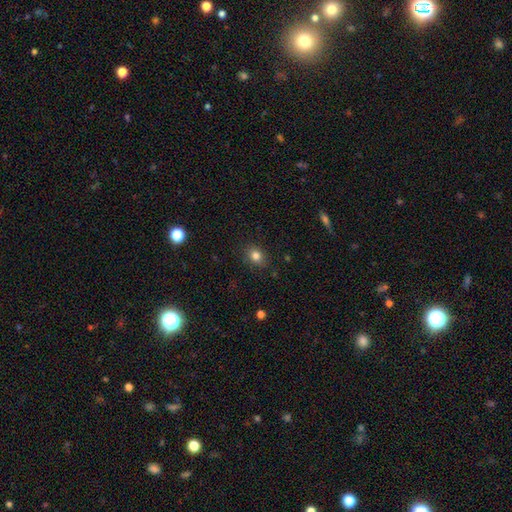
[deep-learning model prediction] This is clearly a smooth galaxy (82%). How rounded: possibly in between (53%). Merging: clearly none (84%).